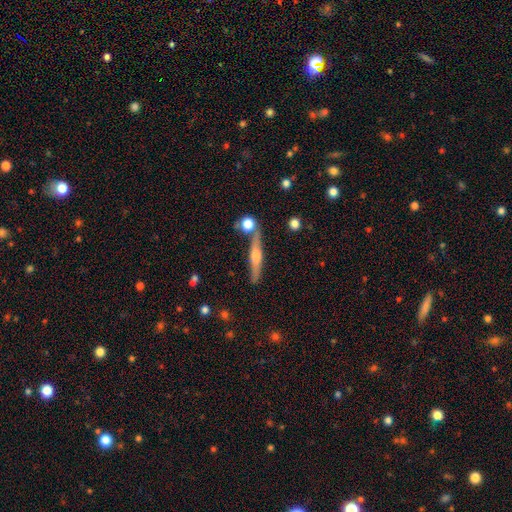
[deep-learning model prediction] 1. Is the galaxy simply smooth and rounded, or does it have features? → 67% featured or disk, 26% smooth, 7% star or artifact.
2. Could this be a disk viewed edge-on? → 96% yes, 4% no.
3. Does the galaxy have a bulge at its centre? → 84% rounded, 10% boxy, 6% none.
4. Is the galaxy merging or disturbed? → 79% none, 10% minor disturbance, 8% merger, 3% major disturbance.